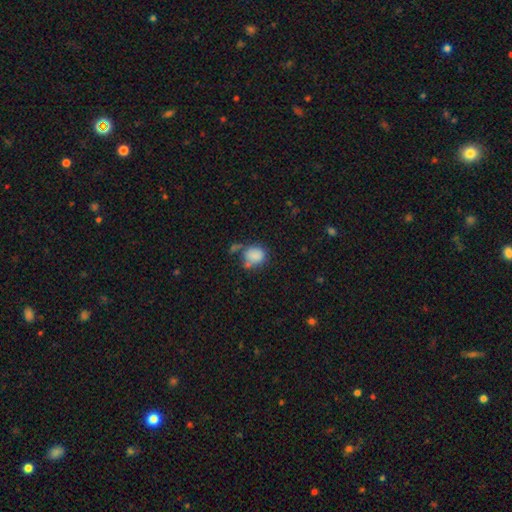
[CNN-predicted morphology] This is clearly a smooth galaxy (82%). How rounded: possibly round (56%). Merging: marginally none (43%).